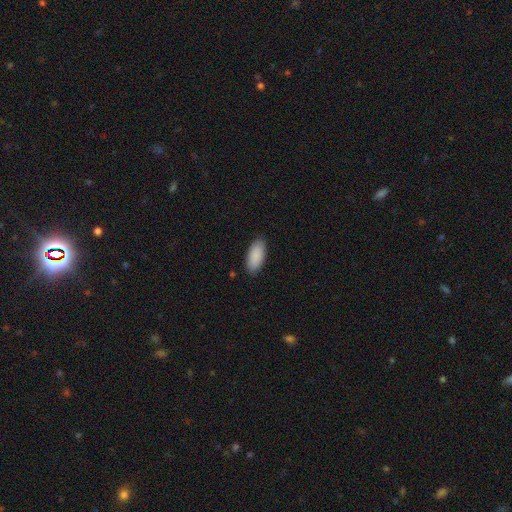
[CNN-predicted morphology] smooth-or-featured: smooth: 90% | star or artifact: 6% | featured or disk: 4%
  how-rounded: in between: 90% | cigar-shaped: 8% | round: 2%
  merging: none: 88% | minor disturbance: 9% | major disturbance: 2% | merger: 1%